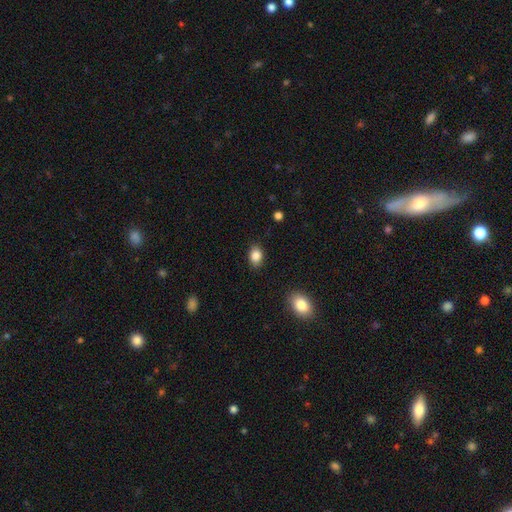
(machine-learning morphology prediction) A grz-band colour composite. It shows a smooth galaxy with no disk features (85%) that is in between round and cigar-shaped (77%). Merging: none (85%).